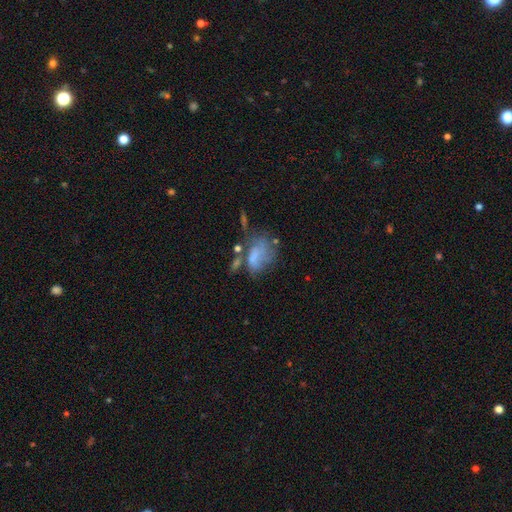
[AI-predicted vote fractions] Smooth or featured?
  - smooth: 47% *
  - featured or disk: 41%
  - star or artifact: 12%
Merging?
  - major disturbance: 31% *
  - none: 28%
  - minor disturbance: 22%
  - merger: 19%